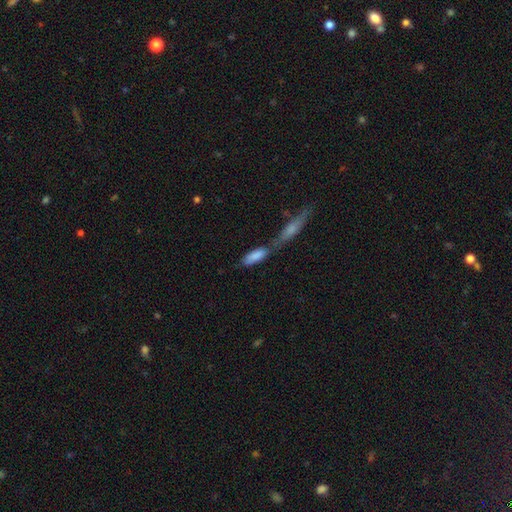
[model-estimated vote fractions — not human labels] Smooth or featured? Predicted: smooth (p=0.83). How rounded? Predicted: in between (p=0.56). Merging? Predicted: merger (p=0.47).